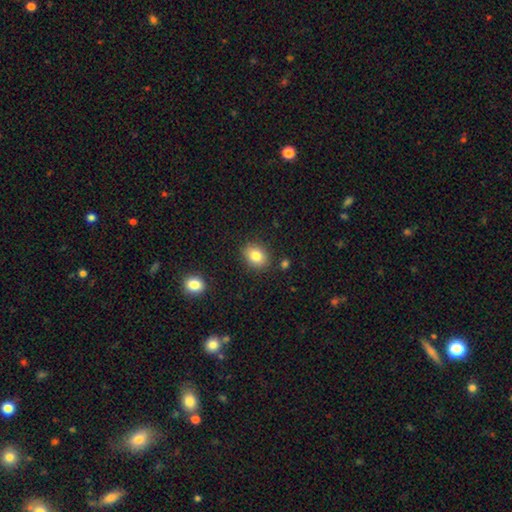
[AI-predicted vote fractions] Morphology: type=smooth (82%); roundness=in between (53%); merging=none (86%).